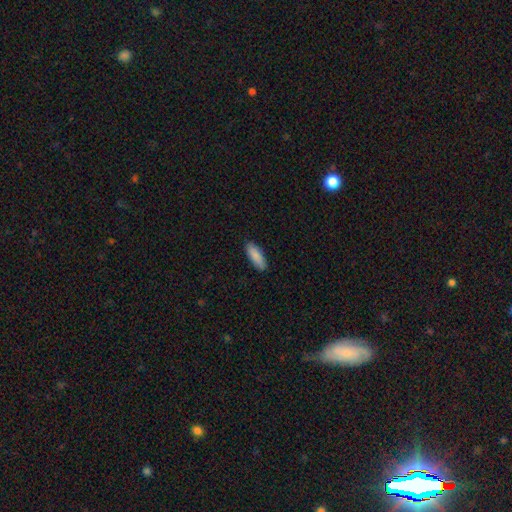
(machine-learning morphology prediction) This is clearly a smooth galaxy (89%). How rounded: likely in between (63%). Merging: clearly none (87%).